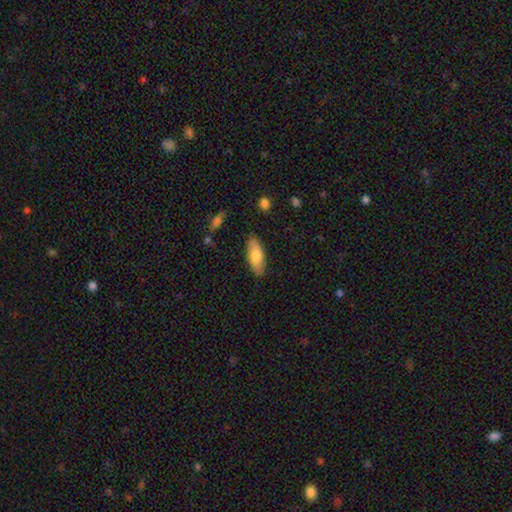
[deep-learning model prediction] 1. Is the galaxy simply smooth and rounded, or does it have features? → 73% smooth, 21% featured or disk, 6% star or artifact.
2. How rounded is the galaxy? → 76% in between, 22% cigar-shaped, 2% round.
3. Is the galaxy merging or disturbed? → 85% none, 11% minor disturbance, 2% major disturbance, 1% merger.